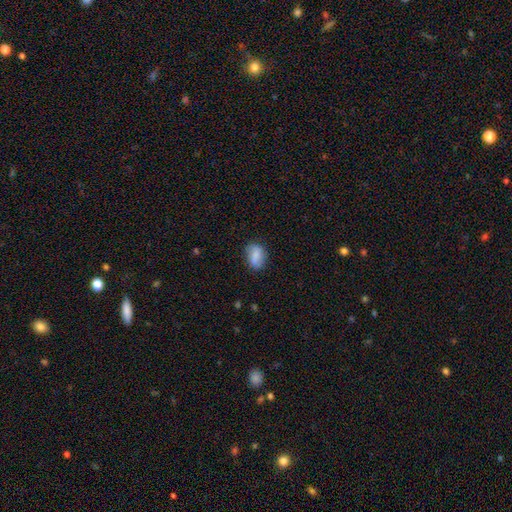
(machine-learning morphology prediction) This appears to be a smooth galaxy with no disk features (75%) that is in between round and cigar-shaped (79%). Merging: none (74%).